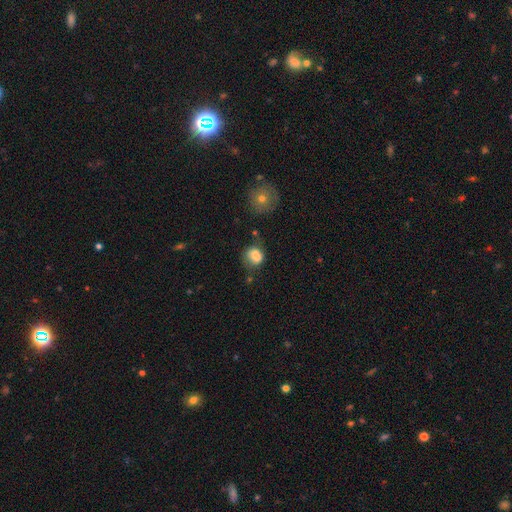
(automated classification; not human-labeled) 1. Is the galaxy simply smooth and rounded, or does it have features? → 78% smooth, 12% featured or disk, 10% star or artifact.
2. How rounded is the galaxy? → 52% round, 47% in between, 1% cigar-shaped.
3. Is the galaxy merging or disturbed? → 49% none, 26% minor disturbance, 14% merger, 11% major disturbance.